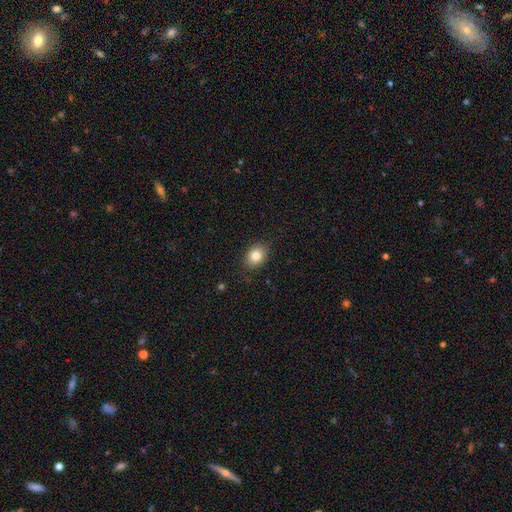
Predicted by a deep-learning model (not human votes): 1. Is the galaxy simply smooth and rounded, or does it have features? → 82% smooth, 9% star or artifact, 8% featured or disk.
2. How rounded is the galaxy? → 61% in between, 38% round, 1% cigar-shaped.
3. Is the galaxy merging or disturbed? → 85% none, 11% minor disturbance, 2% major disturbance, 1% merger.